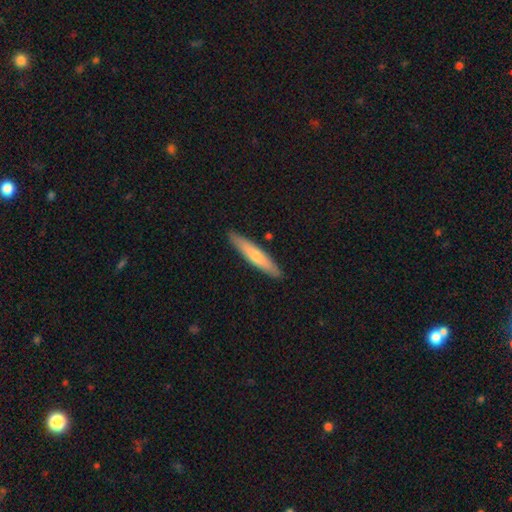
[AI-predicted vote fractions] The model was most divided on "smooth or featured": smooth: 63%, featured or disk: 31%, star or artifact: 5%. More confident: how rounded — cigar-shaped (90%); merging — none (90%).